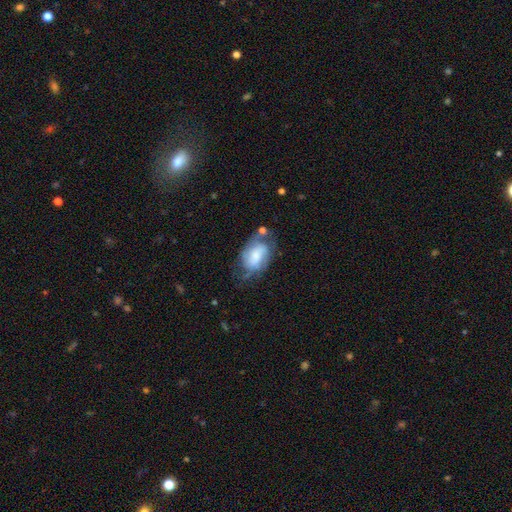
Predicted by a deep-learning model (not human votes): smooth_or_featured: featured or disk (p=0.47) [alt: smooth p=0.46]
merging: none (p=0.41) [alt: minor disturbance p=0.30]